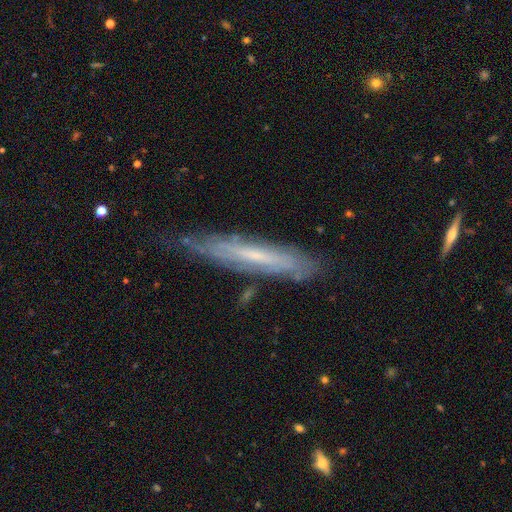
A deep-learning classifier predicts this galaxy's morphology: smooth_or_featured: featured or disk (p=0.59) [alt: smooth p=0.33]
disk_edge_on: yes (p=0.70) [alt: no p=0.30]
merging: none (p=0.68) [alt: minor disturbance p=0.24]